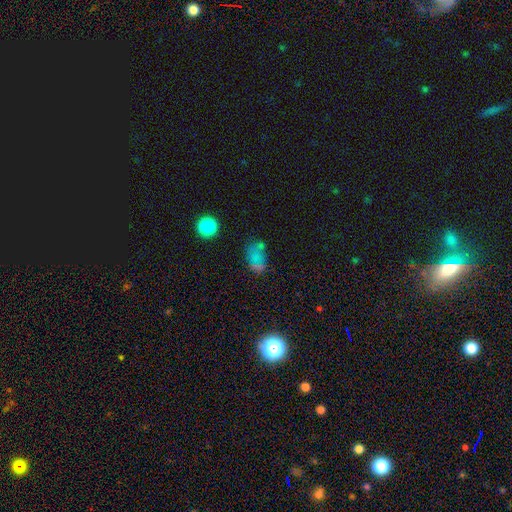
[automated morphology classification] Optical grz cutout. It shows a smooth galaxy with no disk features (60%) that is in between round and cigar-shaped (78%). Merging: none (46%).